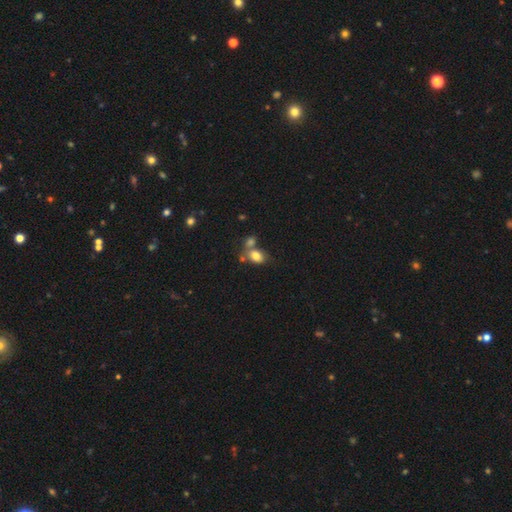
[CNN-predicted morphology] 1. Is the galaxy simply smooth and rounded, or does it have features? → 79% smooth, 11% featured or disk, 10% star or artifact.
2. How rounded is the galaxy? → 77% in between, 22% round, 1% cigar-shaped.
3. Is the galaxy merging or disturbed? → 42% none, 39% merger, 14% minor disturbance, 6% major disturbance.